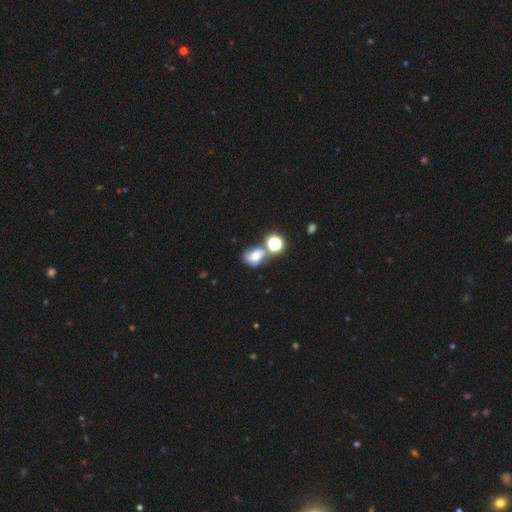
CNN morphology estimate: Q: Smooth or featured?
A: smooth (43%); runner-up: featured or disk (38%)
Q: Merging?
A: none (37%); runner-up: merger (31%)